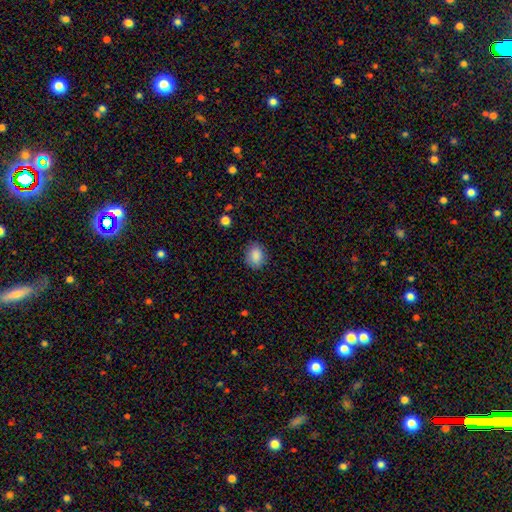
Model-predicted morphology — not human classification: Q: Smooth or featured?
A: smooth (87%); runner-up: star or artifact (8%)
Q: How rounded?
A: round (53%); runner-up: in between (46%)
Q: Merging?
A: none (84%); runner-up: minor disturbance (12%)